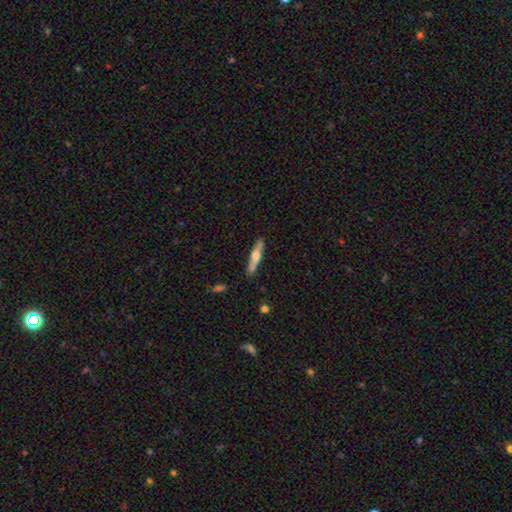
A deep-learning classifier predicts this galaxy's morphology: This is possibly a smooth galaxy (48%). Merging: clearly none (84%).